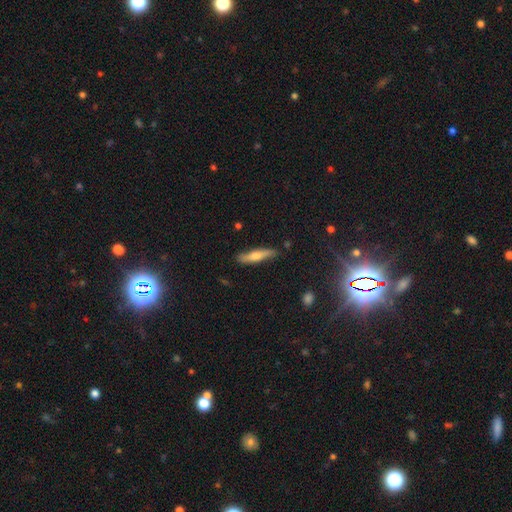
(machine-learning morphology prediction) smooth_or_featured: smooth (p=0.49) [alt: featured or disk p=0.44]
merging: none (p=0.83) [alt: minor disturbance p=0.13]